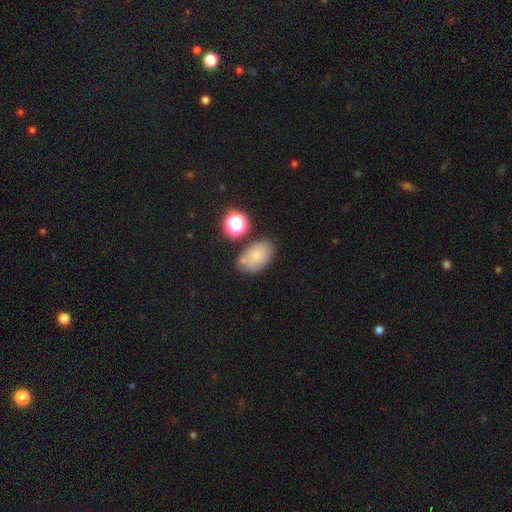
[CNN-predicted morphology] Overall: smooth (73%). How rounded: in between (88%). Merging: none (65%).